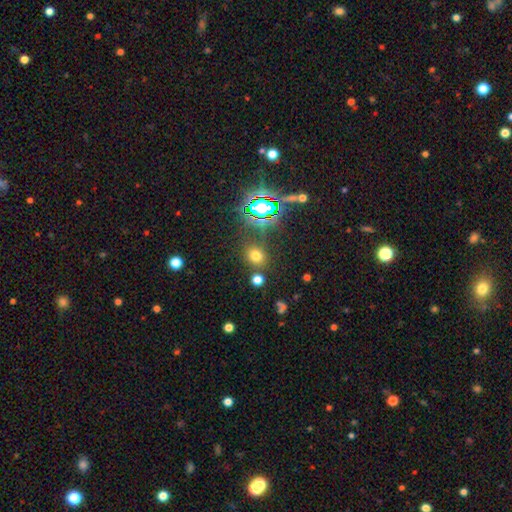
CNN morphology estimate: This is likely a smooth galaxy (64%). How rounded: likely round (70%). Merging: likely none (78%).